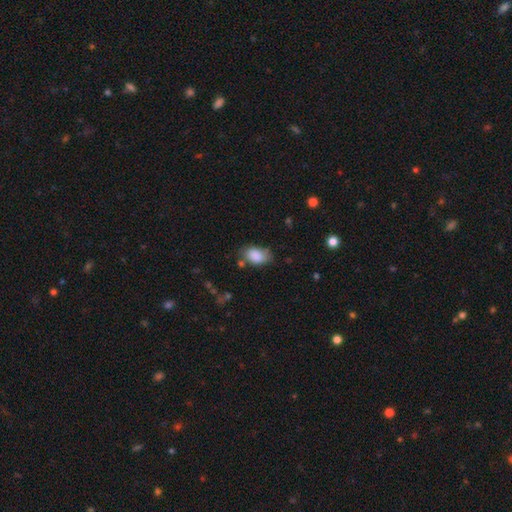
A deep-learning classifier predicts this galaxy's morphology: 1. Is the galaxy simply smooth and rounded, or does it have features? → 87% smooth, 7% star or artifact, 6% featured or disk.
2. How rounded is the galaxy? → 87% in between, 11% round, 1% cigar-shaped.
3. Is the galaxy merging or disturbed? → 67% none, 23% minor disturbance, 6% major disturbance, 4% merger.